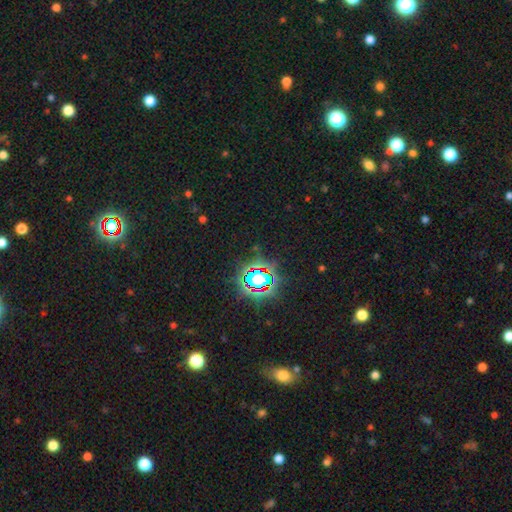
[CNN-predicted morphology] This is clearly a star or artifact rather than a galaxy (81%).